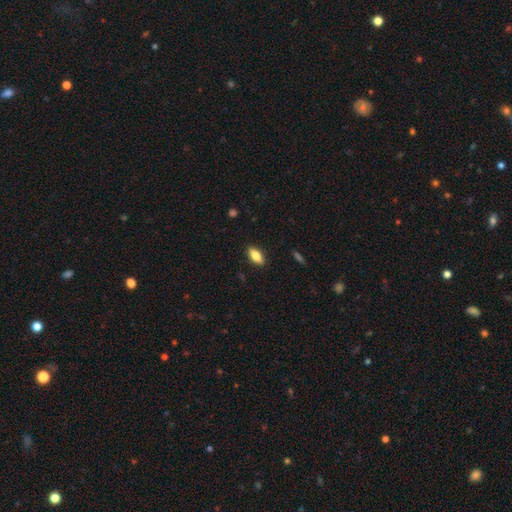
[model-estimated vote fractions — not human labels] Smooth or featured: smooth — 79% (featured or disk — 14%)
How rounded: in between — 83% (cigar-shaped — 14%)
Merging: none — 88% (minor disturbance — 9%)